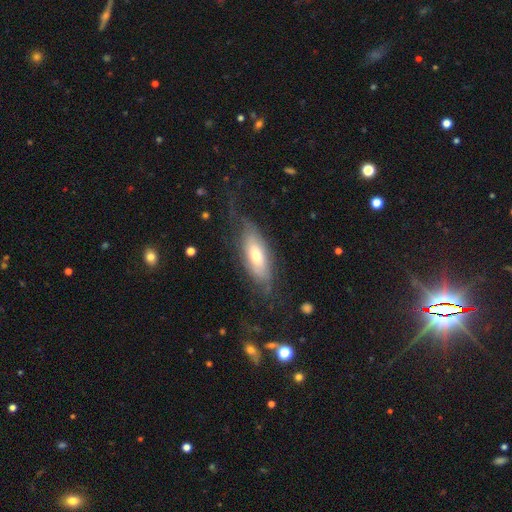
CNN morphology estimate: featured or disk 51%, smooth 42%, star or artifact 7%. Down the decision tree: edge-on disk — no (72%); merging — none (57%).